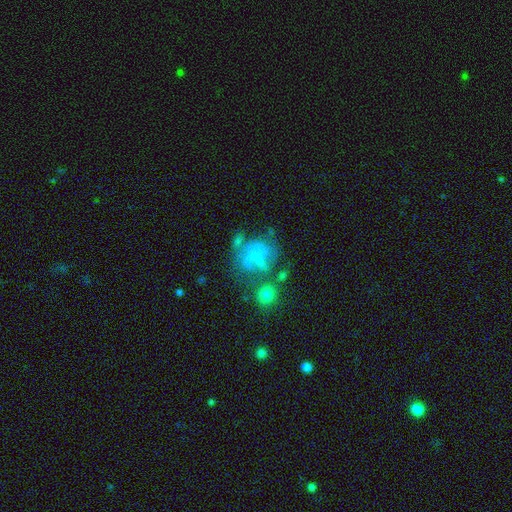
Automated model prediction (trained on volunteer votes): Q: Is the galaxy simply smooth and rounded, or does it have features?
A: featured or disk — 56%.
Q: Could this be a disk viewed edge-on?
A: no — 98%.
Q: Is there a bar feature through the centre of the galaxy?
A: no — 75%.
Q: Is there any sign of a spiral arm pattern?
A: yes — 59%.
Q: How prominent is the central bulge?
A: none — 68%.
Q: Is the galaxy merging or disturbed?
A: none — 40%.